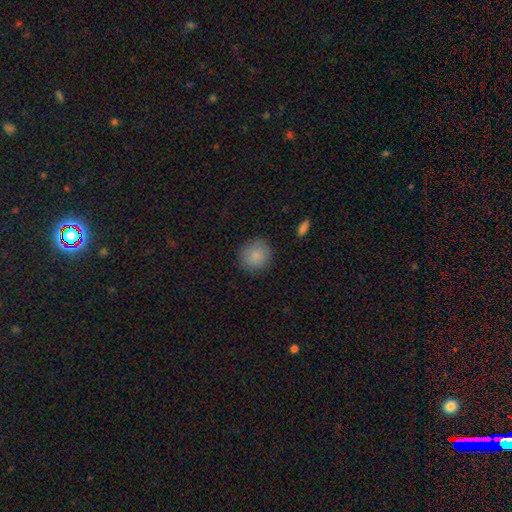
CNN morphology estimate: smooth_or_featured: smooth (p=0.87) [alt: star or artifact p=0.08]
how_rounded: round (p=0.89) [alt: in between p=0.10]
merging: none (p=0.86) [alt: minor disturbance p=0.10]